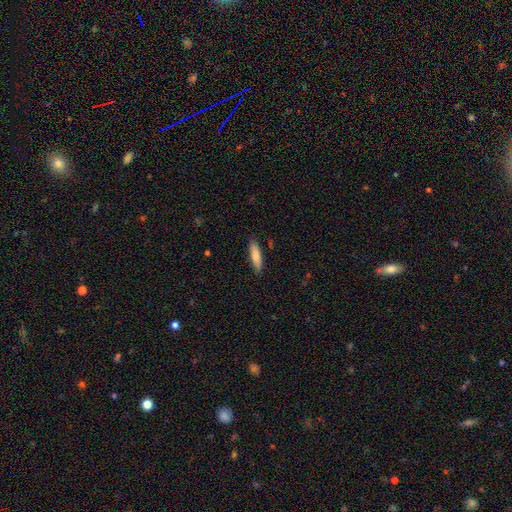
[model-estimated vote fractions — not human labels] This is likely a smooth galaxy (78%). How rounded: likely cigar-shaped (75%). Merging: clearly none (88%).